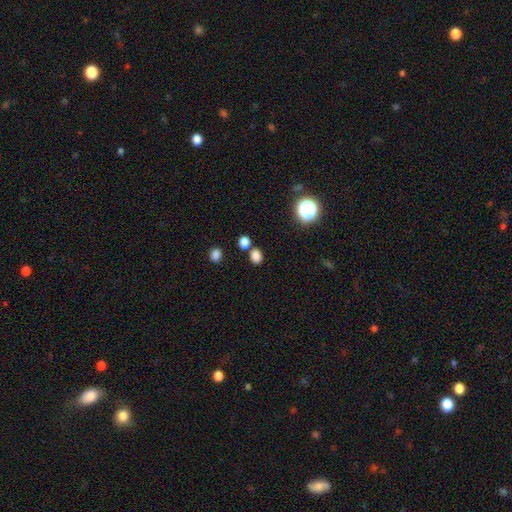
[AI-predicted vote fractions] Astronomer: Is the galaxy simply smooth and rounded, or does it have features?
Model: smooth — 80%.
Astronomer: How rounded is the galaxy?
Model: in between — 57% (runner-up: round, 42%).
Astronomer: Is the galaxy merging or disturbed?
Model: none — 73%.